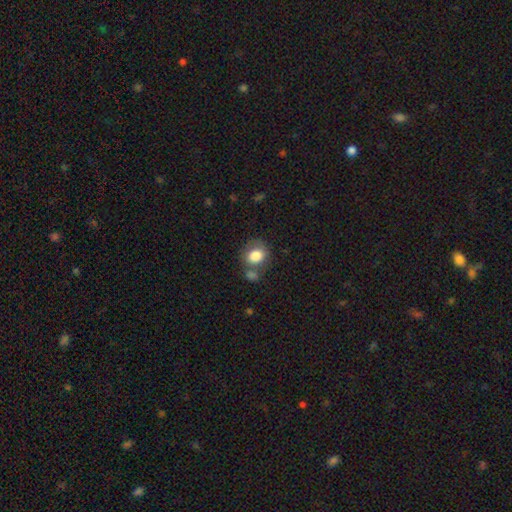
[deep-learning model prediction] This is clearly a smooth galaxy (81%). How rounded: likely round (60%). Merging: possibly none (54%).